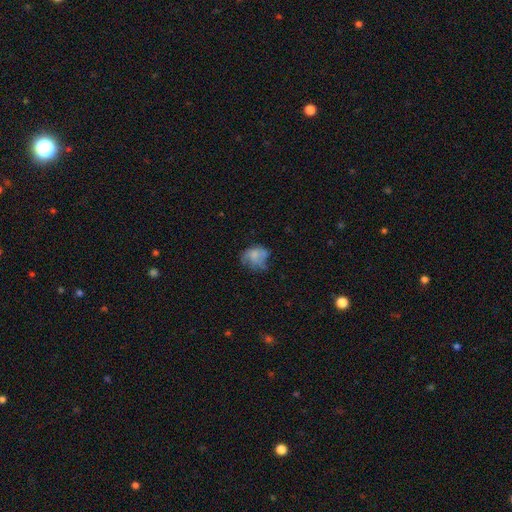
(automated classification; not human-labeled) The model was most divided on "how rounded": round: 51%, in between: 48%, cigar-shaped: 1%. Remaining: smooth or featured — smooth (55%); merging — none (45%).